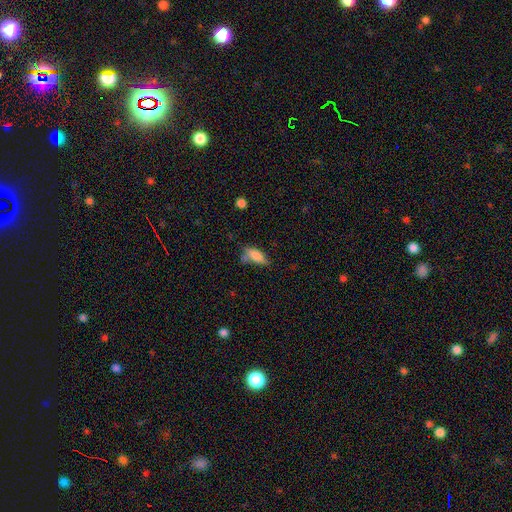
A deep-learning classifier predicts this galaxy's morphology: This is likely a smooth galaxy (79%). How rounded: likely in between (77%). Merging: possibly none (47%).